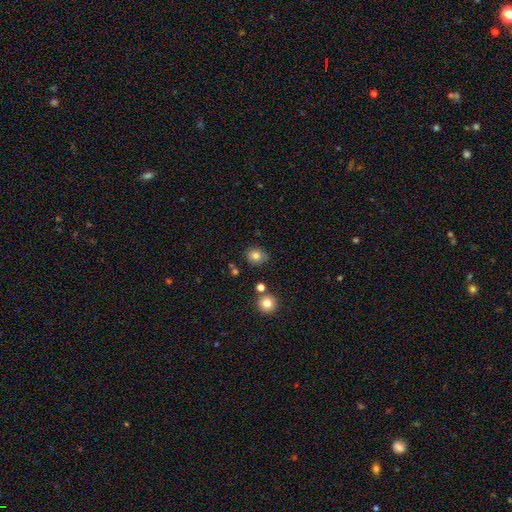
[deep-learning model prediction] smooth_or_featured: smooth (p=0.80) [alt: star or artifact p=0.12]
how_rounded: round (p=0.73) [alt: in between p=0.26]
merging: none (p=0.79) [alt: minor disturbance p=0.14]